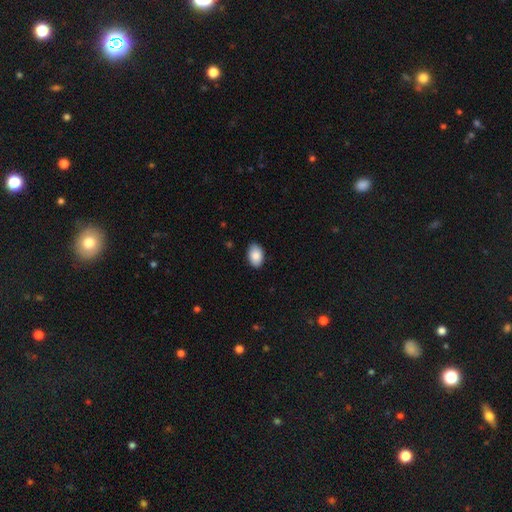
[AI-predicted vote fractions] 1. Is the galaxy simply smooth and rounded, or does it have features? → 89% smooth, 6% star or artifact, 5% featured or disk.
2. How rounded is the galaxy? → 90% in between, 9% round, 1% cigar-shaped.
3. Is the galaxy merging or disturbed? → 88% none, 9% minor disturbance, 2% major disturbance, 1% merger.